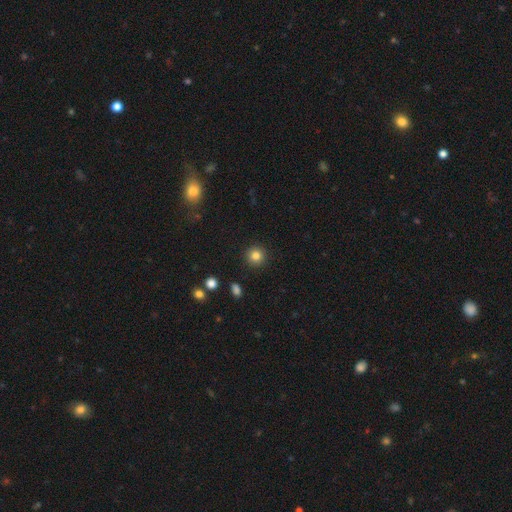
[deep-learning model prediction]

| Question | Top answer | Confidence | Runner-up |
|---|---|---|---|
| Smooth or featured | smooth | 83% | star or artifact (11%) |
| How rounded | round | 94% | in between (5%) |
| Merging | none | 92% | minor disturbance (5%) |